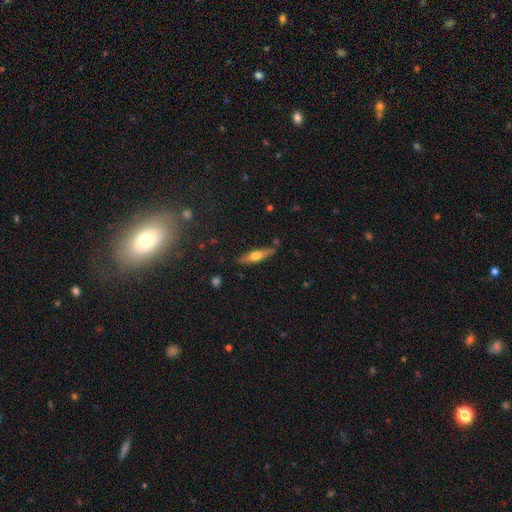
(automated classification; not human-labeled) A featured or disk galaxy (57%) viewed edge-on (93%) with a rounded central bulge (92%). Merging: none (83%).